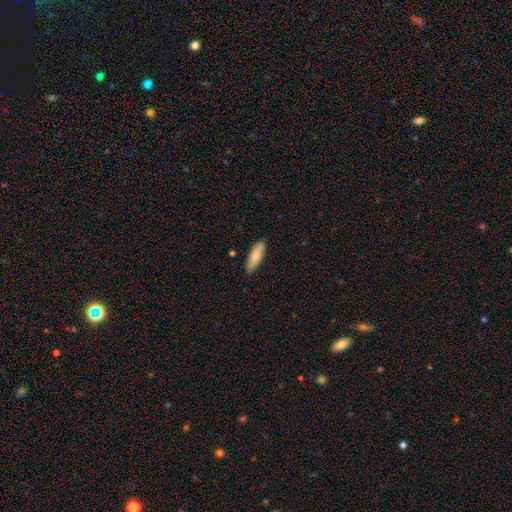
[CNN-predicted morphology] Smooth or featured? smooth (78%)
How rounded? in between (59%)
Merging? none (88%)